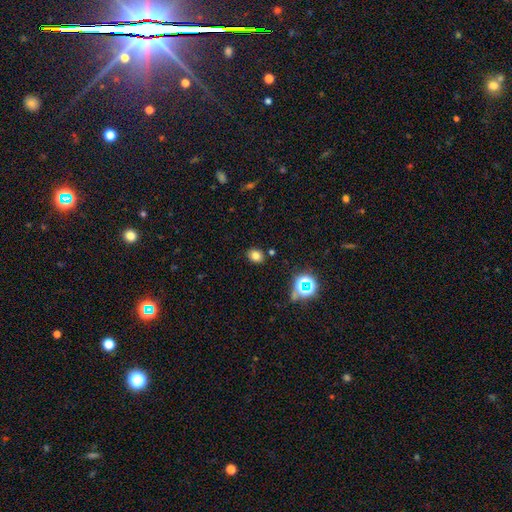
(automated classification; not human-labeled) This is likely a smooth galaxy (74%). How rounded: possibly in between (52%). Merging: clearly none (85%).